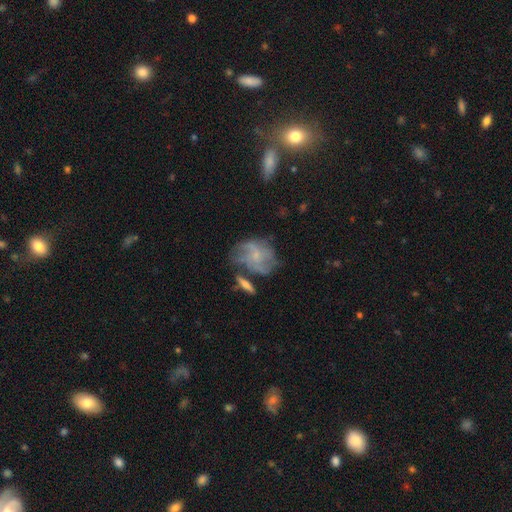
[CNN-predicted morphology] This appears to be a featured or disk galaxy (64%) with no bar (71%), spiral arms (76%) and a small central bulge (65%). Merging: none (45%).